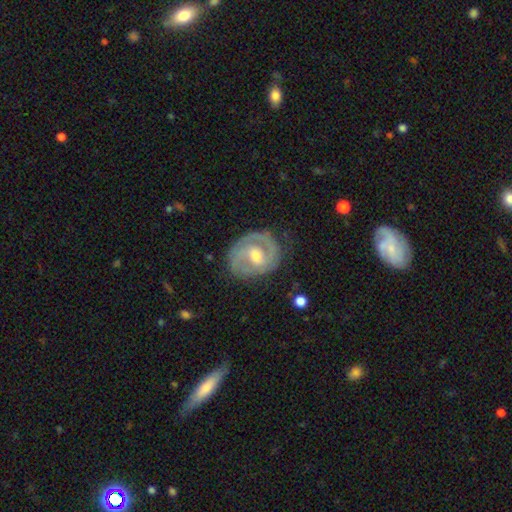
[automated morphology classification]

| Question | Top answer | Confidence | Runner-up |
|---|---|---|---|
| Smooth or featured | featured or disk | 79% | smooth (15%) |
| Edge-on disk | no | 97% | yes (3%) |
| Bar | weak | 48% | no (38%) |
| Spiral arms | yes | 87% | no (13%) |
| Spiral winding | tight | 54% | medium (36%) |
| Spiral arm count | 2 | 64% | can't tell (16%) |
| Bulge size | moderate | 71% | small (23%) |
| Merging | none | 74% | minor disturbance (18%) |